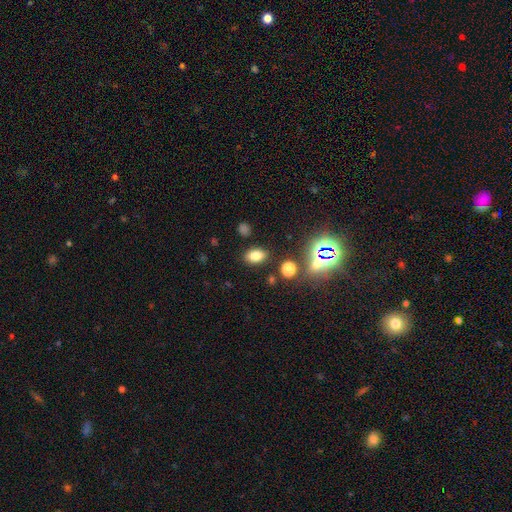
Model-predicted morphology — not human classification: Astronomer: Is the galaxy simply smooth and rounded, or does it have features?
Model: smooth — 75%.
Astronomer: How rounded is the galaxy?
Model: in between — 81%.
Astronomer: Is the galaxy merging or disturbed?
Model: none — 84%.